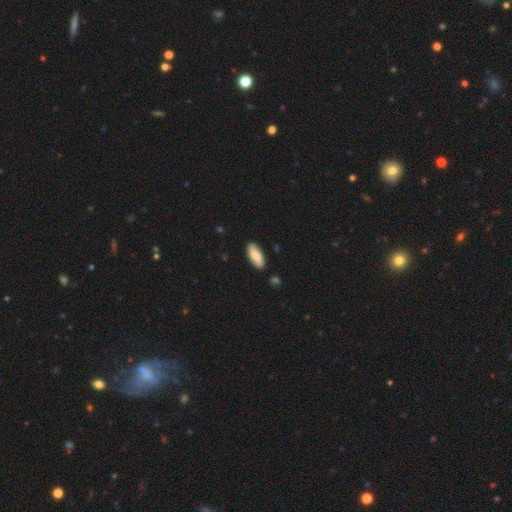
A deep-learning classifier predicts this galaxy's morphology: The model was most divided on "smooth or featured": smooth: 76%, featured or disk: 19%, star or artifact: 6%. More confident: merging — none (86%); how rounded — in between (80%).